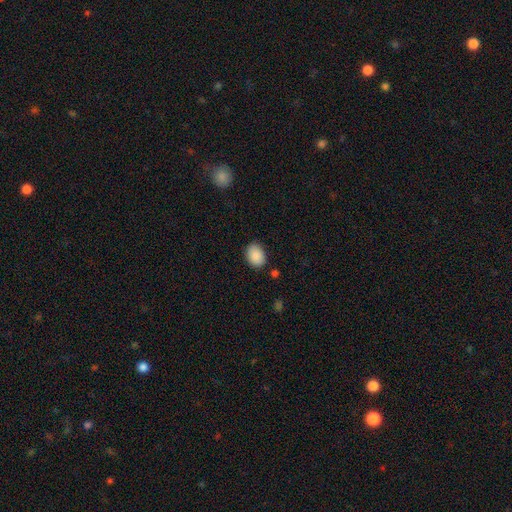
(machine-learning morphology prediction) Overall: smooth (89%). How rounded: in between (72%). Merging: none (81%).